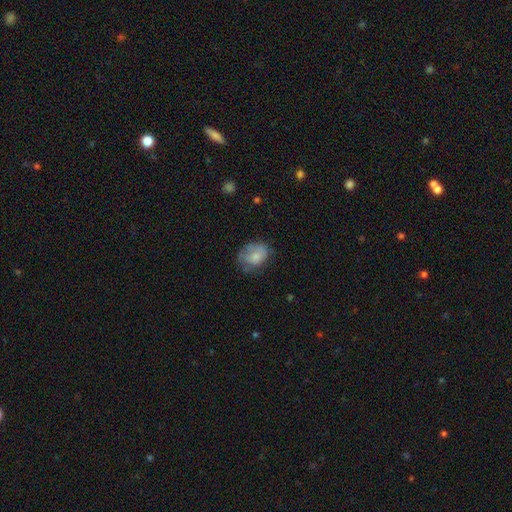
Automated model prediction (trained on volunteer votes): A smooth galaxy with no disk features (70%) that is in between round and cigar-shaped (62%).

Vote fractions:
- Smooth or featured? smooth: 70% / featured or disk: 21% / star or artifact: 9%
- How rounded? in between: 62% / round: 37% / cigar-shaped: 1%
- Merging? none: 51% / minor disturbance: 31% / major disturbance: 16% / merger: 2%